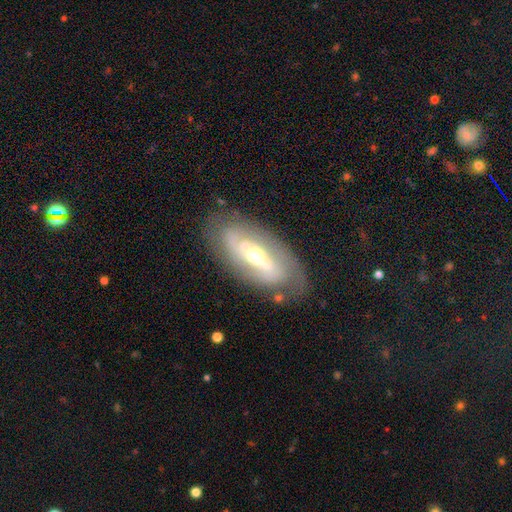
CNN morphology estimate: A featured or disk galaxy (75%) with no bar (36%), spiral arms (74%) and a moderate central bulge (70%). Merging: none (75%).